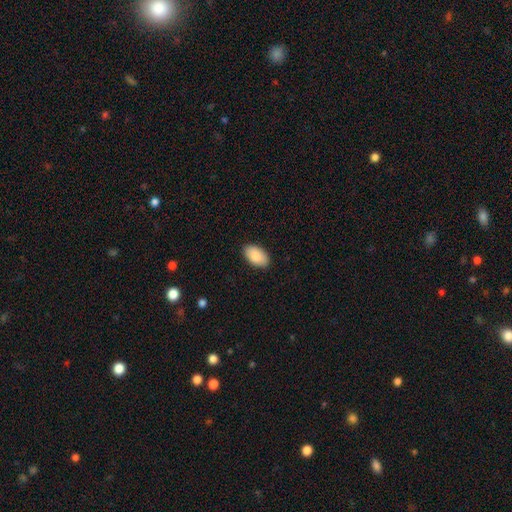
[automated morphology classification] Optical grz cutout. It shows a smooth galaxy with no disk features (89%) that is in between round and cigar-shaped (95%). Merging: none (89%).